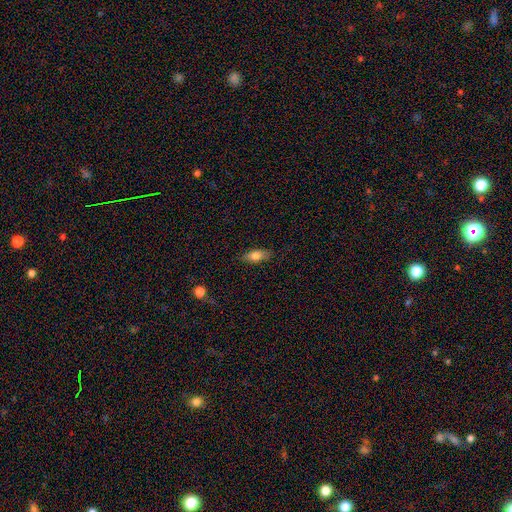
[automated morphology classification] A smooth galaxy with no disk features (75%) that is in between round and cigar-shaped (77%). Merging: none (85%).